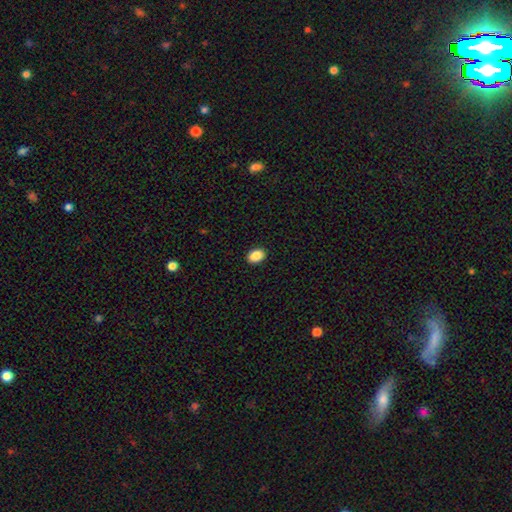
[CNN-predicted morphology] This appears to be a smooth galaxy with no disk features (88%) that is in between round and cigar-shaped (76%). Merging: none (91%).